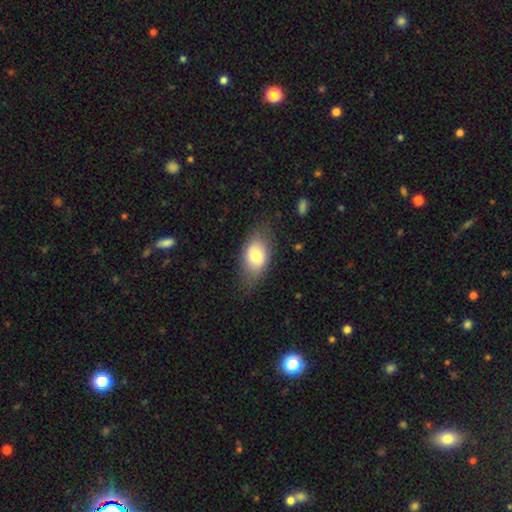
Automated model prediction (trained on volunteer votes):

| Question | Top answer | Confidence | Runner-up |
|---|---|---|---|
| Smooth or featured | smooth | 72% | featured or disk (20%) |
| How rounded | in between | 85% | round (13%) |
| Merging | none | 71% | minor disturbance (21%) |